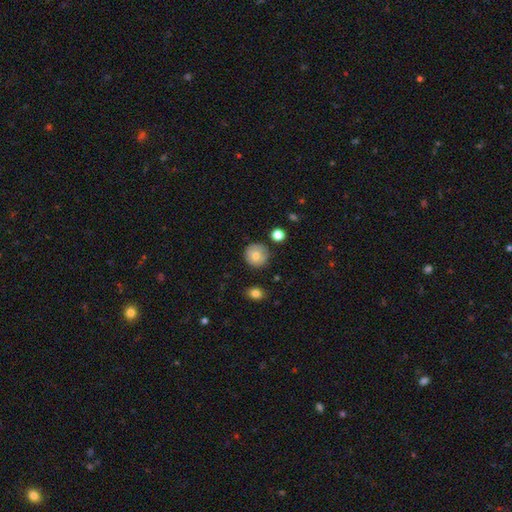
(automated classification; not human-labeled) This appears to be a smooth galaxy with no disk features (73%) that is round (93%). Merging: none (81%).